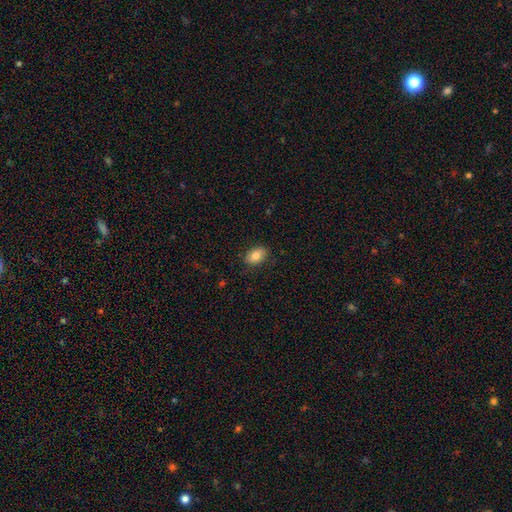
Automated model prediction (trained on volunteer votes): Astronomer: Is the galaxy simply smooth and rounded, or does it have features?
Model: smooth — 81%.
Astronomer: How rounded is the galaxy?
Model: in between — 86%.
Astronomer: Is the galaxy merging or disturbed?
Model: none — 85%.